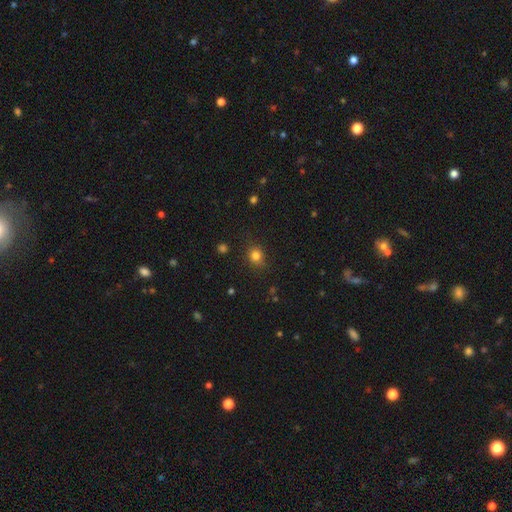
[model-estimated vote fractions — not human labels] Smooth or featured? smooth (82%)
How rounded? round (75%)
Merging? none (83%)